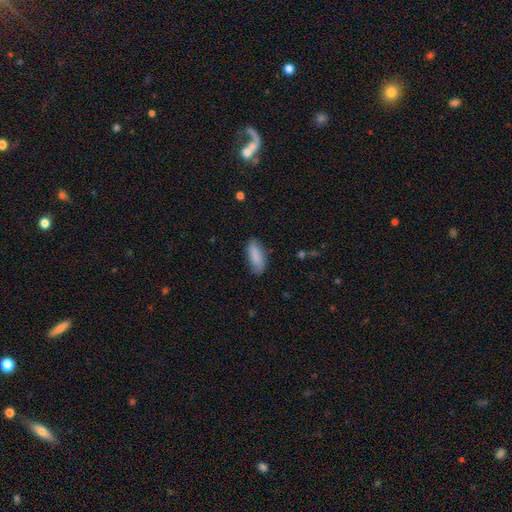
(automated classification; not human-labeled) Overall: smooth (85%). How rounded: in between (79%). Merging: none (75%).